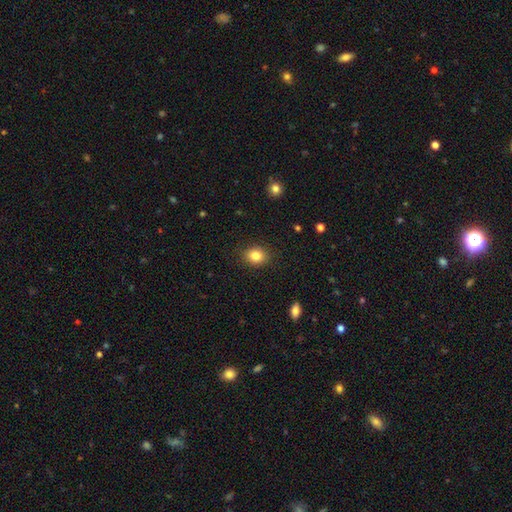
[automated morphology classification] A smooth galaxy with no disk features (83%) that is round (58%). Merging: none (88%).